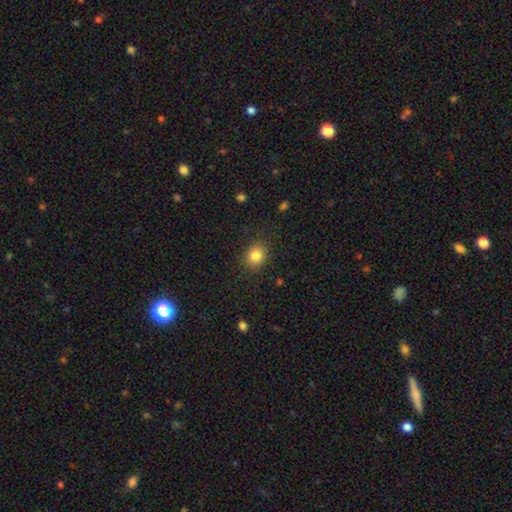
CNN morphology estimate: Smooth or featured? smooth (84%)
How rounded? round (61%)
Merging? none (87%)